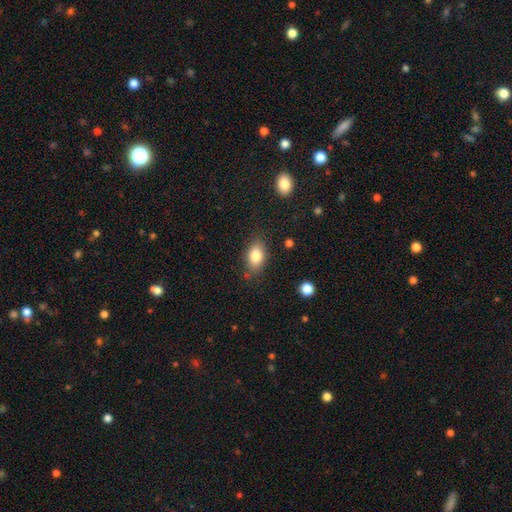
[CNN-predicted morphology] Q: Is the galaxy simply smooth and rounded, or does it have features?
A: smooth — 82%.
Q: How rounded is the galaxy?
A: in between — 84%.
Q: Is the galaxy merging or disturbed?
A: none — 78%.